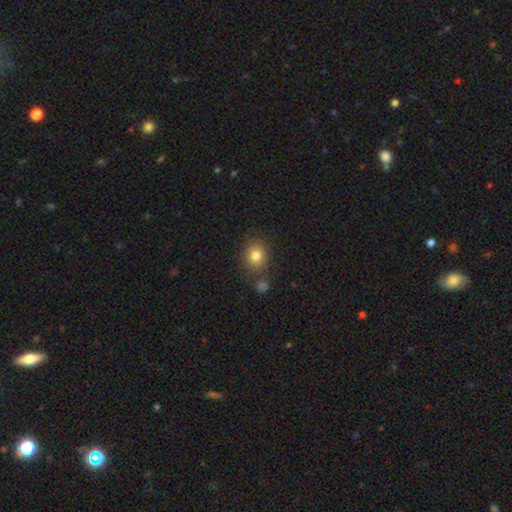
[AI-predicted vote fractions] Smooth or featured: smooth — 82% (star or artifact — 11%)
How rounded: round — 74% (in between — 25%)
Merging: none — 77% (minor disturbance — 11%)